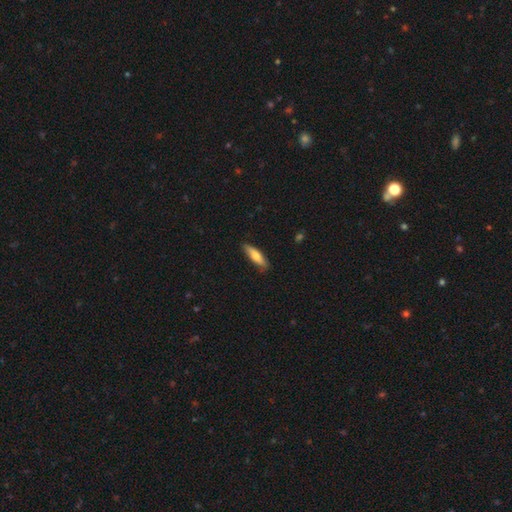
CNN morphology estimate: Smooth or featured? smooth (71%)
How rounded? cigar-shaped (63%)
Merging? none (84%)